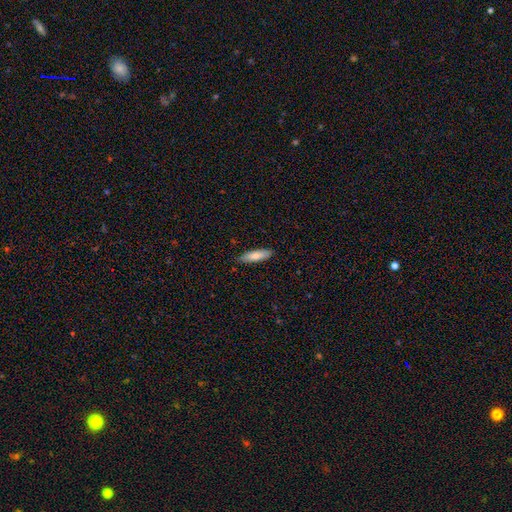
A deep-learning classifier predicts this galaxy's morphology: The model was most divided on "how rounded": cigar-shaped: 57%, in between: 41%, round: 2%. More confident: merging — none (87%); smooth or featured — smooth (81%).